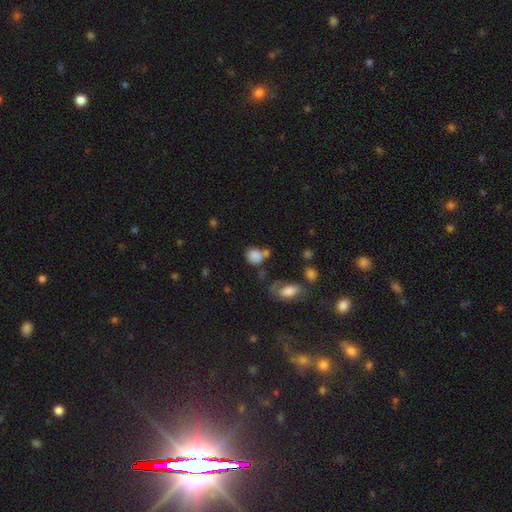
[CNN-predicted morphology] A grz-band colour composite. It shows a smooth galaxy with no disk features (82%) that is round (70%). Merging: none (53%).